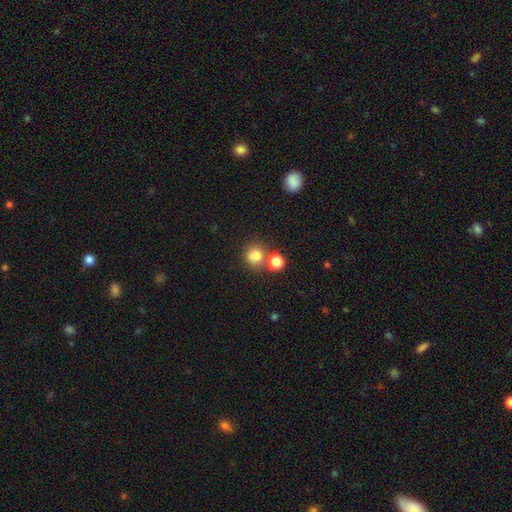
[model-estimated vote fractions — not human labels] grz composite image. It shows a smooth galaxy with no disk features (77%) that is round (87%). Merging: none (62%).